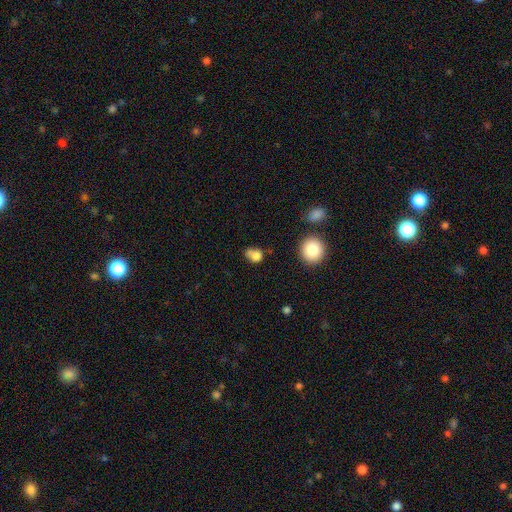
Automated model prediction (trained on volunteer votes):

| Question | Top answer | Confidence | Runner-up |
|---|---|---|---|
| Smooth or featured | smooth | 77% | star or artifact (12%) |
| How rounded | round | 60% | in between (39%) |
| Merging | none | 40% | merger (29%) |